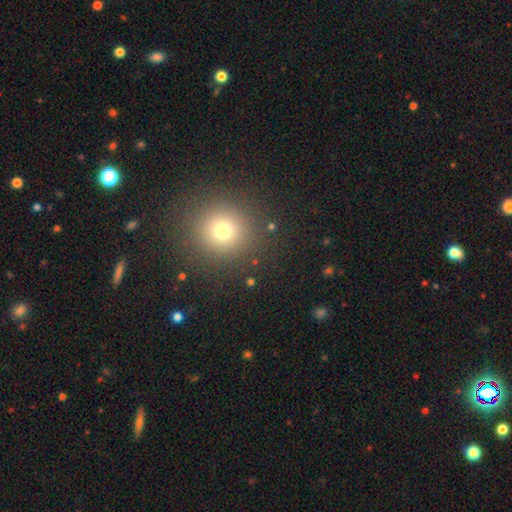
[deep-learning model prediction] A smooth galaxy with no disk features (66%) that is round (91%). Merging: none (91%).